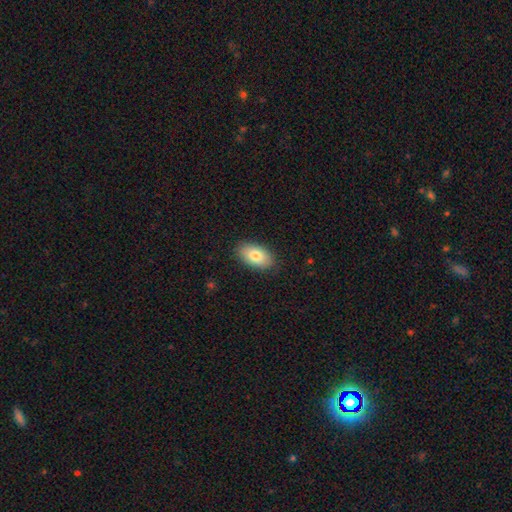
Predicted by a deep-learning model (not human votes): A smooth galaxy with no disk features (81%) that is in between round and cigar-shaped (93%). Merging: none (87%).